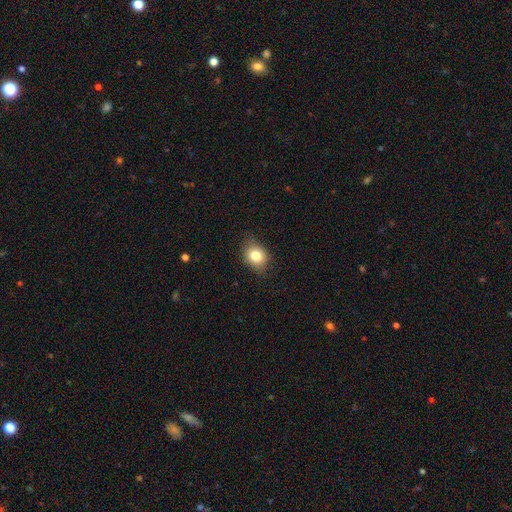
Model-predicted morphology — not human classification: Q: Smooth or featured?
A: smooth (80%); runner-up: featured or disk (10%)
Q: How rounded?
A: in between (57%); runner-up: round (42%)
Q: Merging?
A: none (77%); runner-up: minor disturbance (18%)